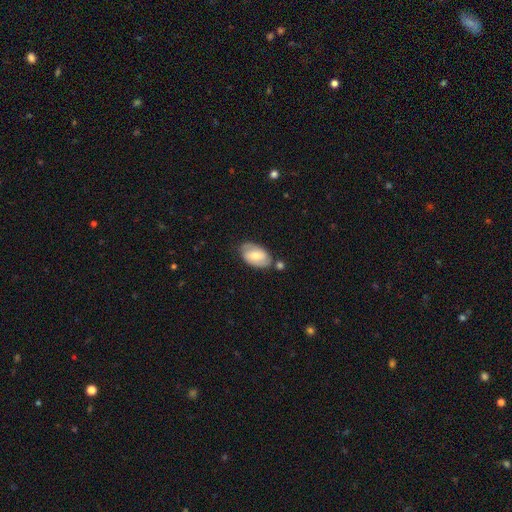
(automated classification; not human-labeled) A featured or disk galaxy (52%). Merging: none (67%).